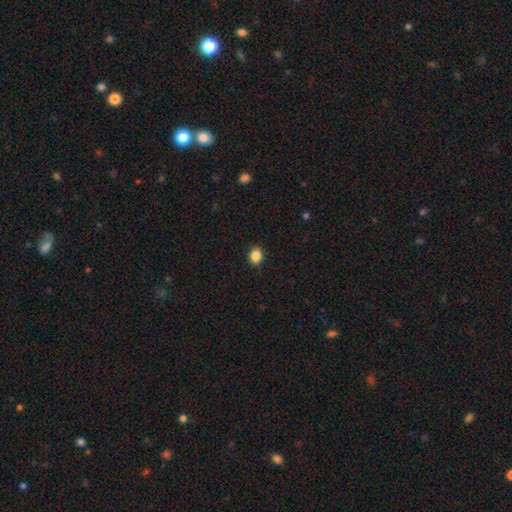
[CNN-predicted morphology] smooth-or-featured: smooth: 87% | star or artifact: 10% | featured or disk: 3%
  how-rounded: round: 54% | in between: 45% | cigar-shaped: 1%
  merging: none: 89% | minor disturbance: 8% | major disturbance: 2% | merger: 1%